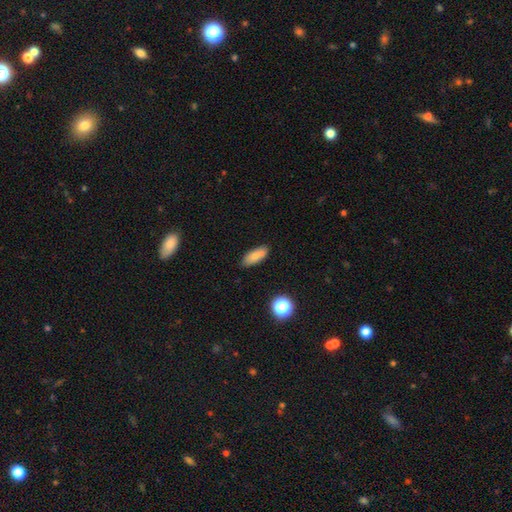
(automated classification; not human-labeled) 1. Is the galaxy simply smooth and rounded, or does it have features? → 74% smooth, 16% featured or disk, 9% star or artifact.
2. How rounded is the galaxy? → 76% in between, 19% cigar-shaped, 4% round.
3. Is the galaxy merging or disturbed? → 64% none, 18% merger, 15% minor disturbance, 4% major disturbance.